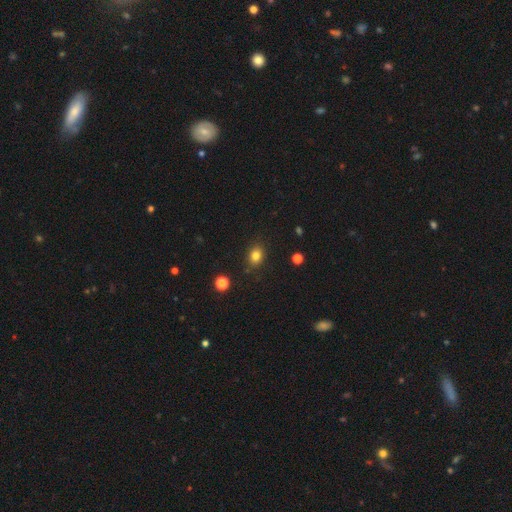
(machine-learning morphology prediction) Smooth or featured?
  - smooth: 81% *
  - star or artifact: 12%
  - featured or disk: 6%
How rounded?
  - in between: 52% *
  - round: 47%
  - cigar-shaped: 1%
Merging?
  - none: 83% *
  - minor disturbance: 12%
  - major disturbance: 3%
  - merger: 2%